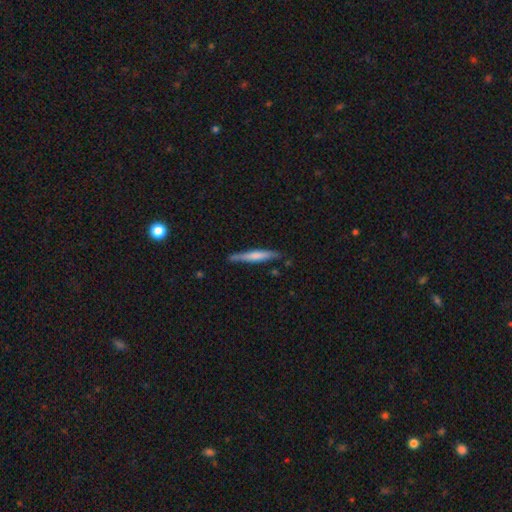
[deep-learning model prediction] Morphology: type=smooth (51%); roundness=cigar-shaped (93%); merging=none (81%).